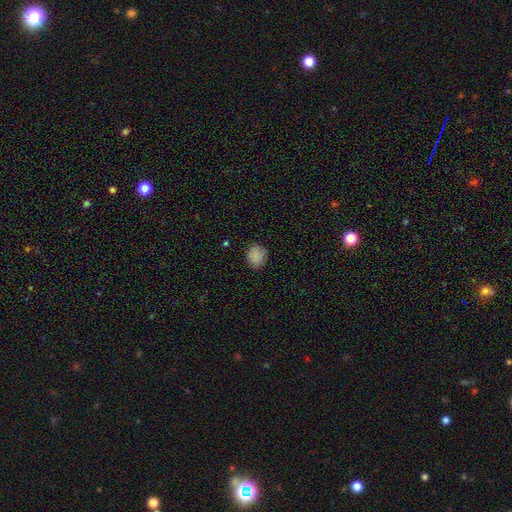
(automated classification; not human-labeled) Morphology: type=smooth (87%); roundness=round (76%); merging=none (86%).